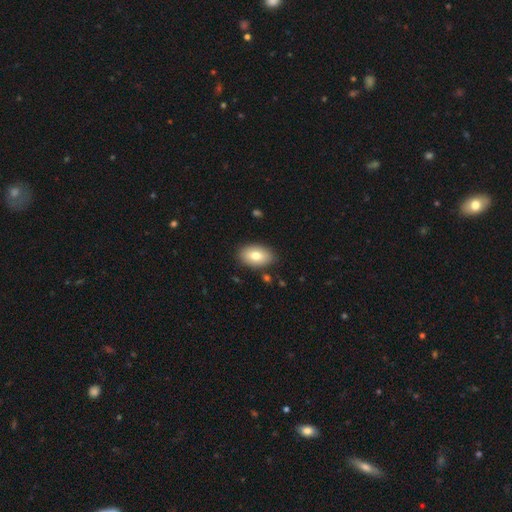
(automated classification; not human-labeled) Smooth or featured: smooth — 76% (featured or disk — 16%)
How rounded: in between — 91% (round — 8%)
Merging: none — 86% (minor disturbance — 10%)